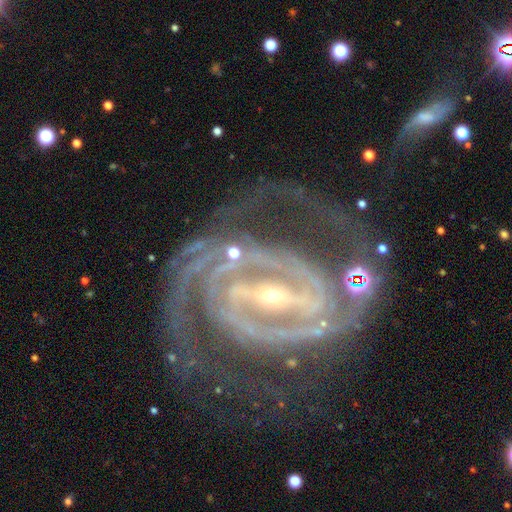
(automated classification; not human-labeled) Q: Smooth or featured?
A: featured or disk (92%); runner-up: star or artifact (5%)
Q: Edge-on disk?
A: no (97%); runner-up: yes (3%)
Q: Bar?
A: strong (73%); runner-up: weak (19%)
Q: Spiral arms?
A: yes (98%); runner-up: no (2%)
Q: Spiral winding?
A: tight (56%); runner-up: medium (38%)
Q: Spiral arm count?
A: 2 (49%); runner-up: 3 (19%)
Q: Bulge size?
A: small (81%); runner-up: moderate (15%)
Q: Merging?
A: none (60%); runner-up: minor disturbance (18%)